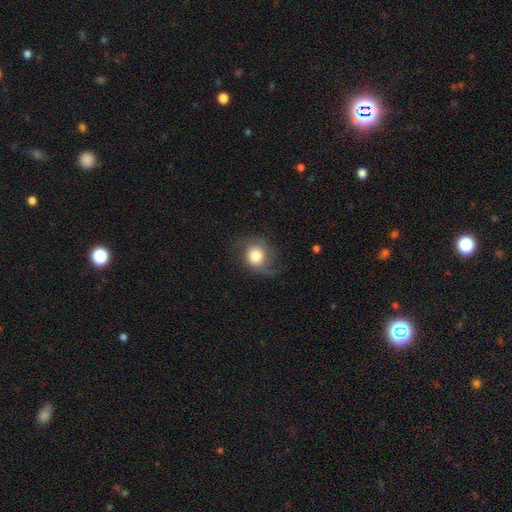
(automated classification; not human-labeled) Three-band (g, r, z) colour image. It shows a smooth galaxy with no disk features (54%) that is round (74%). Merging: none (60%).